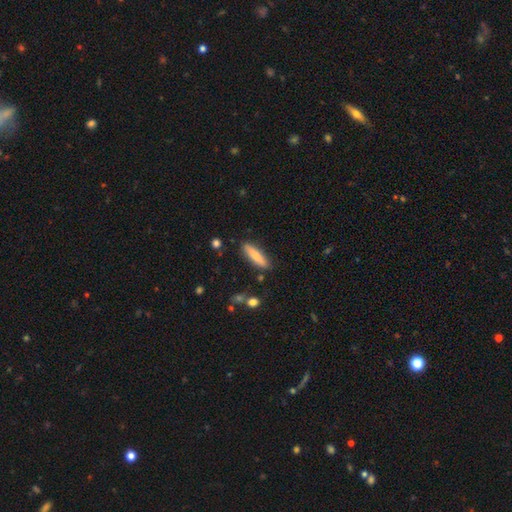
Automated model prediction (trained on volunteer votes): smooth-or-featured: smooth: 81% | featured or disk: 13% | star or artifact: 6%
  how-rounded: cigar-shaped: 74% | in between: 24% | round: 2%
  merging: none: 86% | minor disturbance: 10% | major disturbance: 2% | merger: 2%